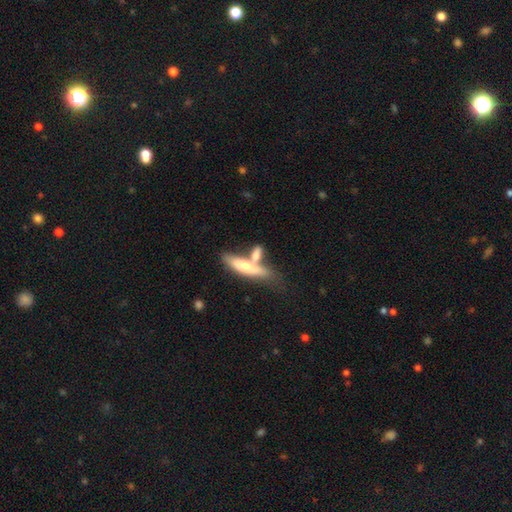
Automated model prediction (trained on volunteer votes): The model was most divided on "merging": merger: 47%, none: 35%, minor disturbance: 12%, major disturbance: 6%. More confident: how rounded — cigar-shaped (65%); smooth or featured — smooth (60%).